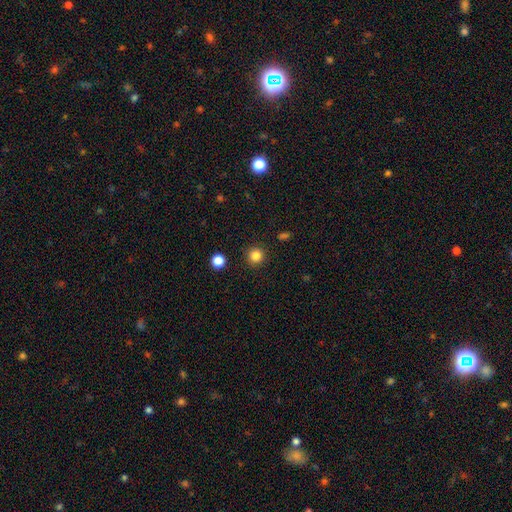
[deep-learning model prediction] Smooth or featured: smooth — 84% (star or artifact — 12%)
How rounded: round — 94% (in between — 5%)
Merging: none — 92% (minor disturbance — 5%)